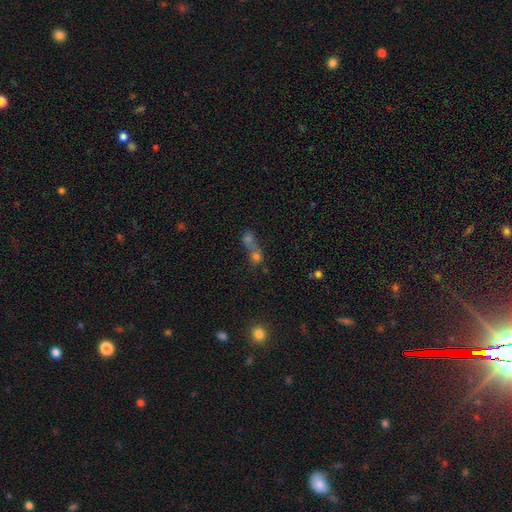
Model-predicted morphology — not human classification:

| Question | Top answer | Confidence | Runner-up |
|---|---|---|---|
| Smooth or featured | smooth | 60% | star or artifact (24%) |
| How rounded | round | 67% | in between (28%) |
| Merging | merger | 62% | none (27%) |